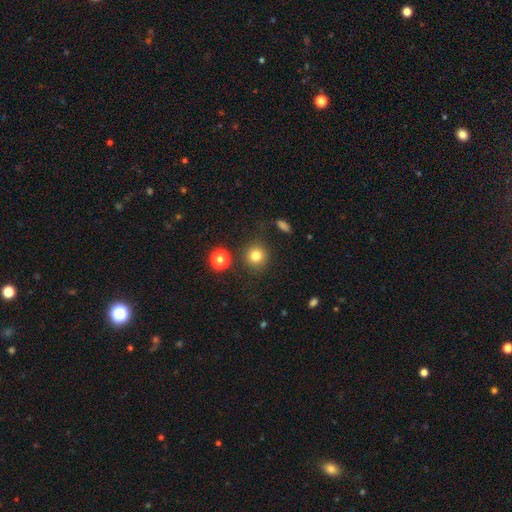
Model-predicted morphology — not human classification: This appears to be a smooth galaxy with no disk features (80%) that is round (92%). Merging: none (85%).